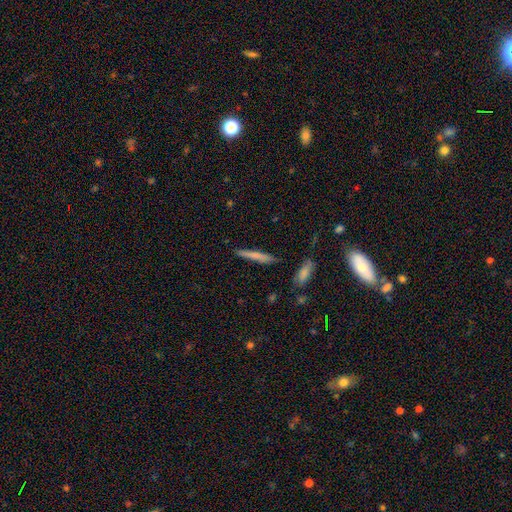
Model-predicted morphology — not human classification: Overall: smooth (70%). How rounded: cigar-shaped (94%). Merging: none (85%).